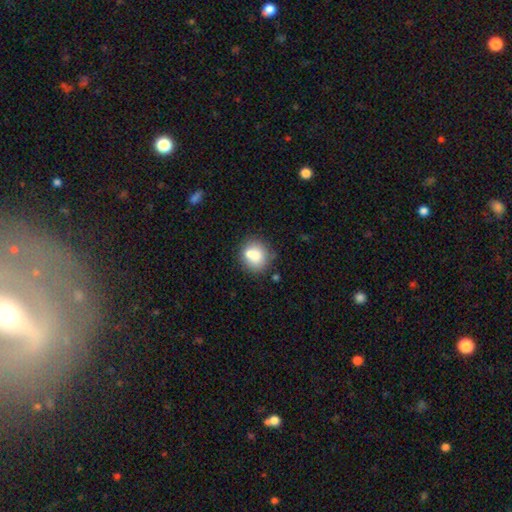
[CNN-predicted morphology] smooth_or_featured: smooth (p=0.77) [alt: featured or disk p=0.13]
how_rounded: round (p=0.74) [alt: in between p=0.25]
merging: none (p=0.58) [alt: merger p=0.21]